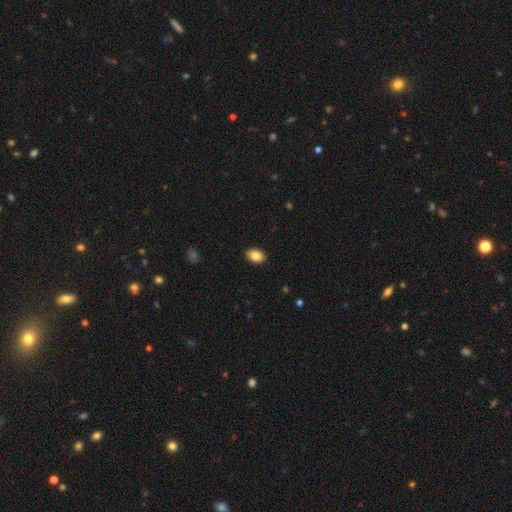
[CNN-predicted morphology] This is clearly a smooth galaxy (85%). How rounded: clearly in between (87%). Merging: clearly none (89%).